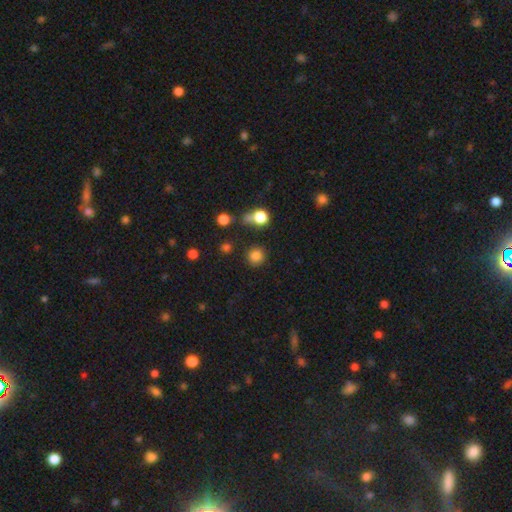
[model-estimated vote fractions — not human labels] The model was most divided on "smooth or featured": smooth: 81%, star or artifact: 14%, featured or disk: 5%. More confident: how rounded — round (92%); merging — none (84%).